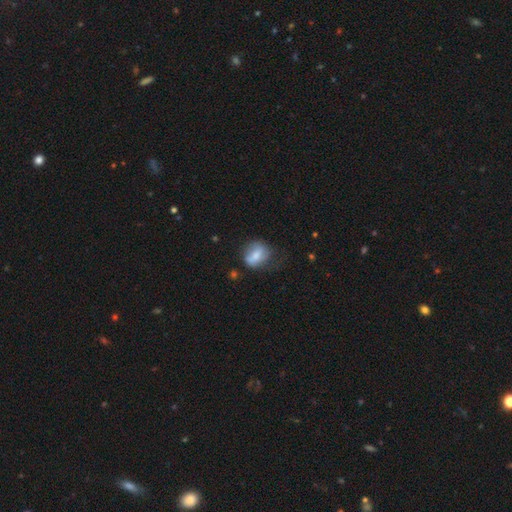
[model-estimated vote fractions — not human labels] smooth-or-featured: smooth: 65% | featured or disk: 26% | star or artifact: 9%
  how-rounded: in between: 53% | round: 45% | cigar-shaped: 2%
  merging: none: 44% | minor disturbance: 31% | major disturbance: 19% | merger: 5%